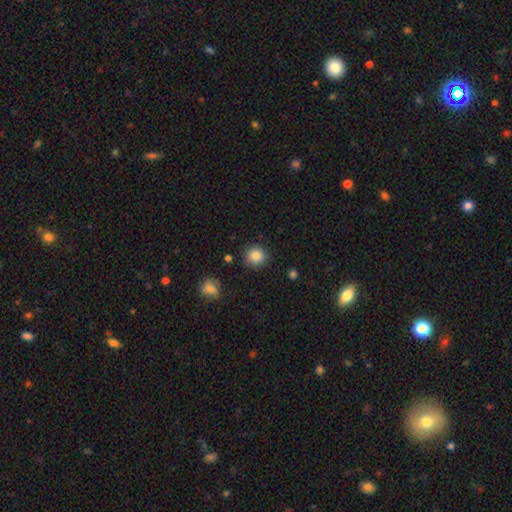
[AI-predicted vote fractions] smooth-or-featured: smooth: 87% | star or artifact: 10% | featured or disk: 4%
  how-rounded: round: 92% | in between: 7% | cigar-shaped: 1%
  merging: none: 88% | minor disturbance: 7% | major disturbance: 2% | merger: 2%